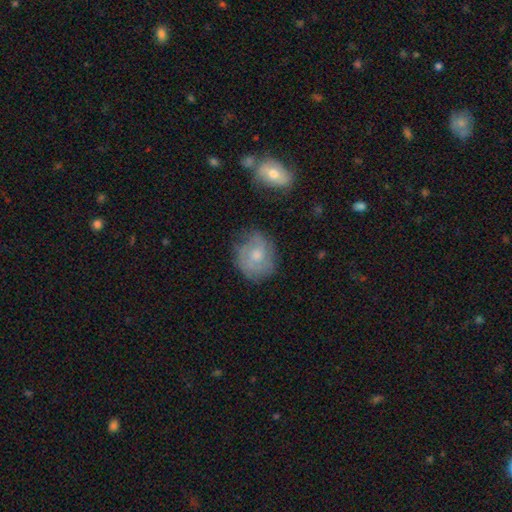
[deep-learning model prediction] Smooth or featured? featured or disk (52%)
Edge-on disk? no (97%)
Bar? no (73%)
Spiral arms? yes (74%)
Bulge size? moderate (59%)
Merging? none (67%)